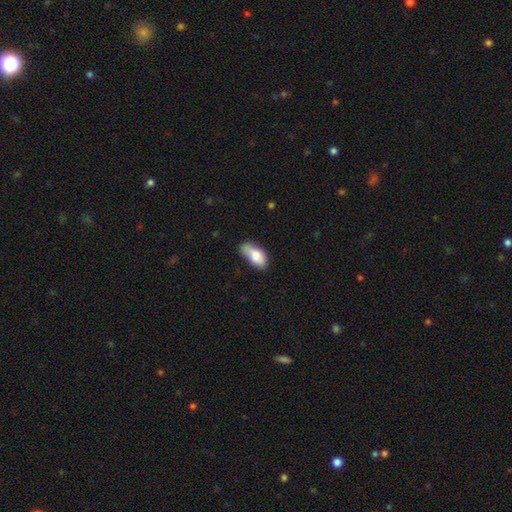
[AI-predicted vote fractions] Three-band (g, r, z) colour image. It shows a smooth galaxy with no disk features (79%) that is in between round and cigar-shaped (89%). Merging: none (48%).